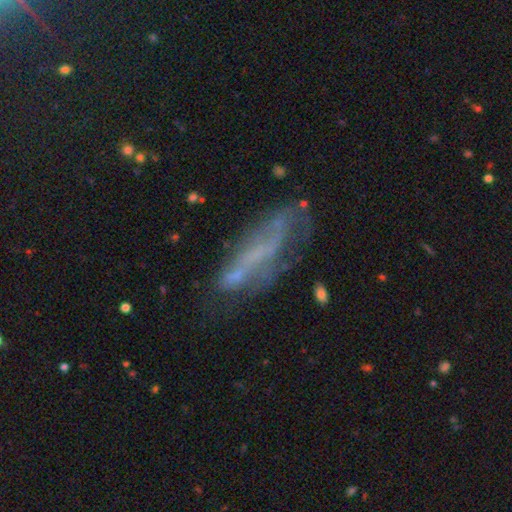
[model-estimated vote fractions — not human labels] Morphology: type=featured or disk (54%); edge-on=no (69%); merging=none (48%).